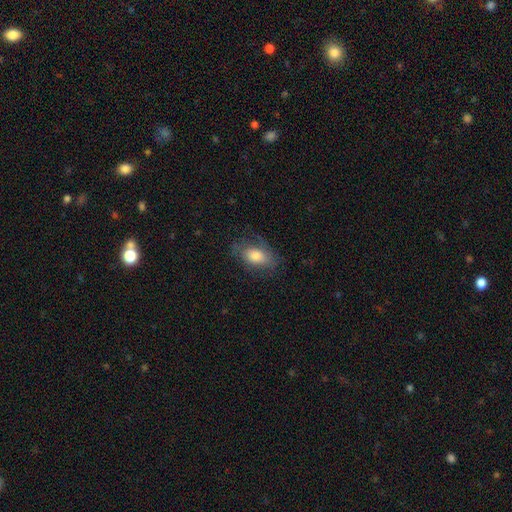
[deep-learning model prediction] The model was most divided on "merging": none: 63%, minor disturbance: 23%, major disturbance: 13%, merger: 1%. More confident: how rounded — in between (87%); smooth or featured — smooth (69%).